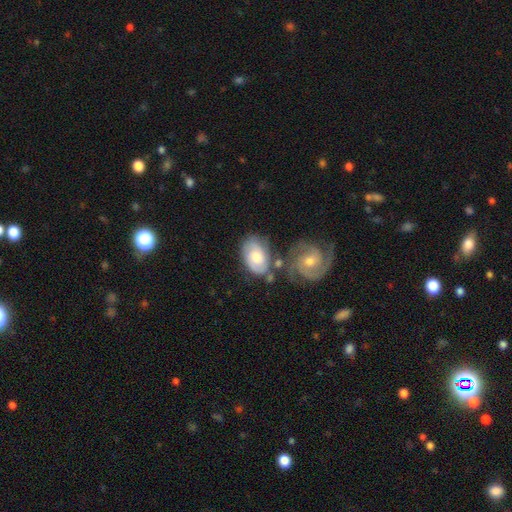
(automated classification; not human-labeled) smooth_or_featured: featured or disk (p=0.52) [alt: smooth p=0.41]
disk_edge_on: no (p=0.95) [alt: yes p=0.05]
merging: none (p=0.50) [alt: merger p=0.22]